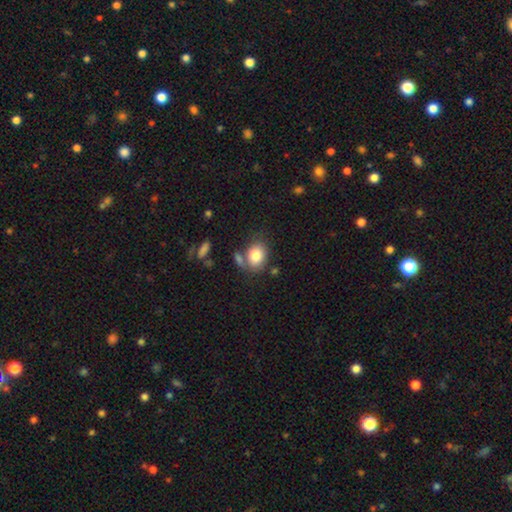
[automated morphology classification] Overall: smooth (81%). How rounded: in between (64%; round 35%). Merging: none (60%).